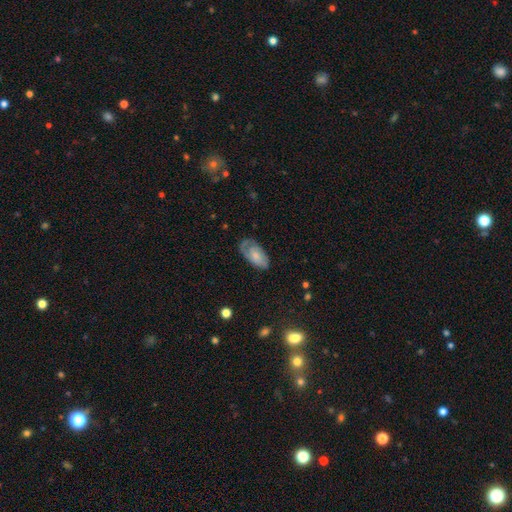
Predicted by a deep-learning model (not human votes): smooth-or-featured: smooth: 49% | featured or disk: 44% | star or artifact: 7%
  merging: none: 60% | minor disturbance: 26% | major disturbance: 13% | merger: 2%